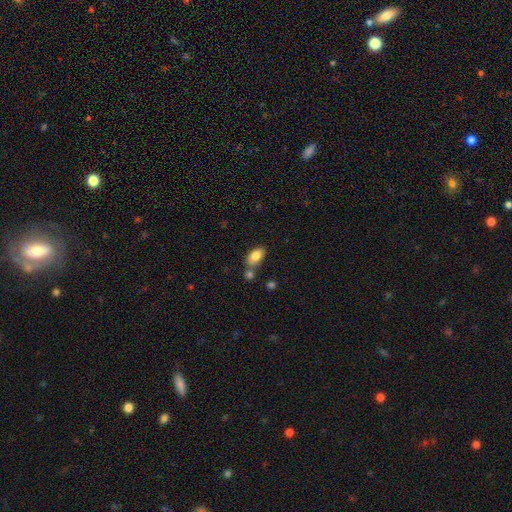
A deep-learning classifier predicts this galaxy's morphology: The model was most divided on "merging": none: 62%, merger: 21%, minor disturbance: 13%, major disturbance: 4%. More confident: how rounded — in between (92%); smooth or featured — smooth (83%).